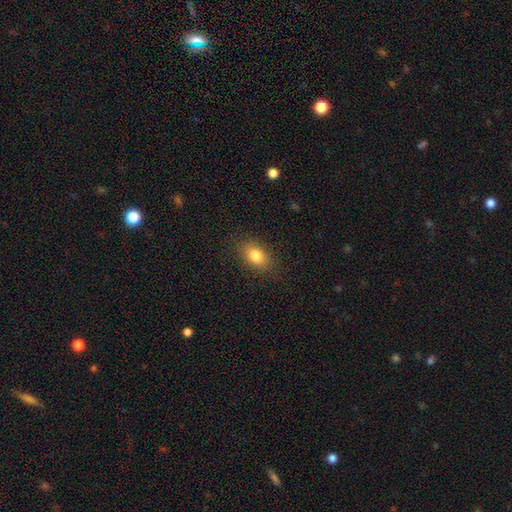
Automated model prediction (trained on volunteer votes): Smooth or featured? Predicted: smooth (p=0.81). How rounded? Predicted: in between (p=0.82). Merging? Predicted: none (p=0.87).